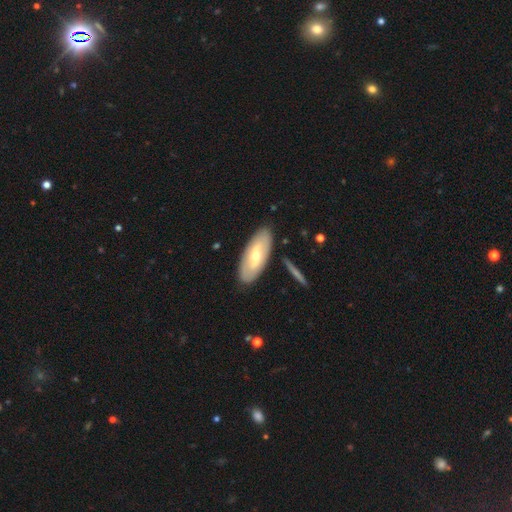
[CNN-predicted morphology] smooth_or_featured: featured or disk (p=0.53) [alt: smooth p=0.42]
disk_edge_on: no (p=0.81) [alt: yes p=0.19]
merging: none (p=0.85) [alt: minor disturbance p=0.10]